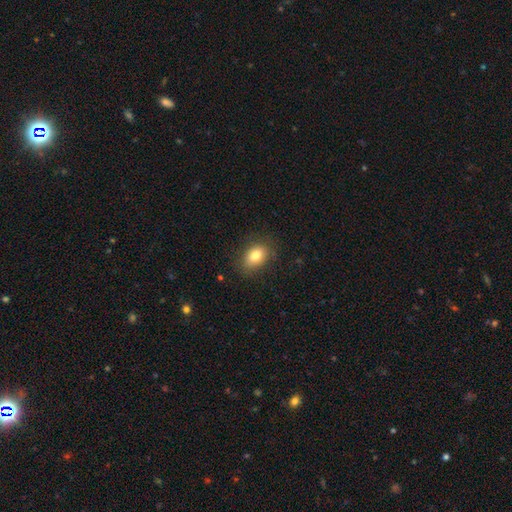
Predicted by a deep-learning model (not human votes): A smooth galaxy with no disk features (80%) that is in between round and cigar-shaped (79%). Merging: none (82%).